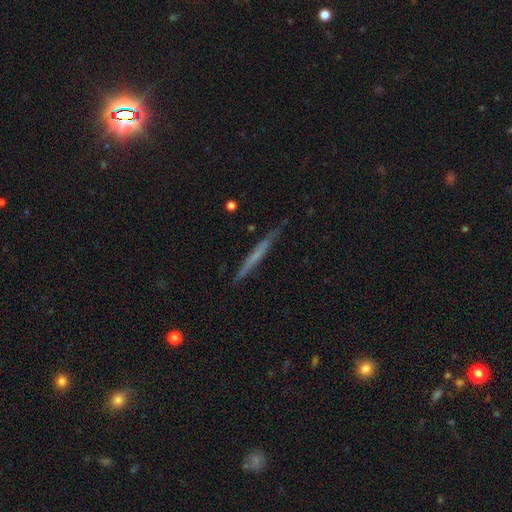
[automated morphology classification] smooth_or_featured: featured or disk (p=0.50) [alt: smooth p=0.42]
disk_edge_on: yes (p=0.96) [alt: no p=0.04]
merging: none (p=0.86) [alt: minor disturbance p=0.10]